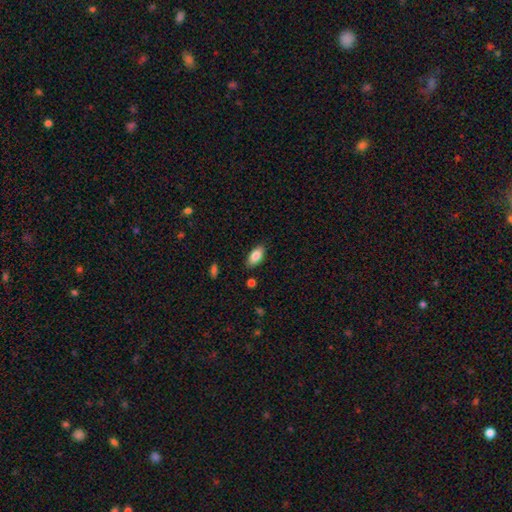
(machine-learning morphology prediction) type=smooth (85%); roundness=in between (91%); merging=none (85%).